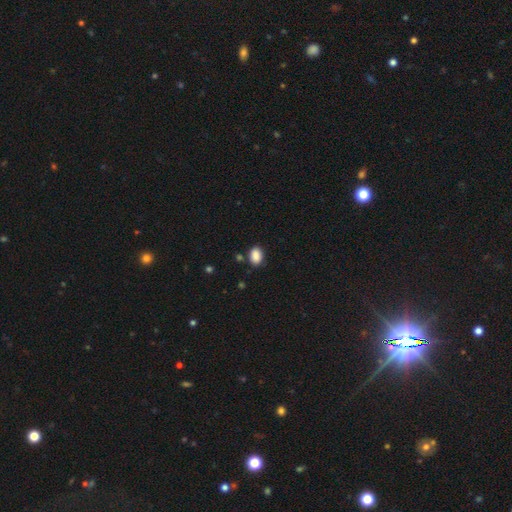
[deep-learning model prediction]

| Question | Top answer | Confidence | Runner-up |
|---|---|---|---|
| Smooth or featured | smooth | 89% | star or artifact (8%) |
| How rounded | in between | 81% | round (18%) |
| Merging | none | 83% | minor disturbance (12%) |